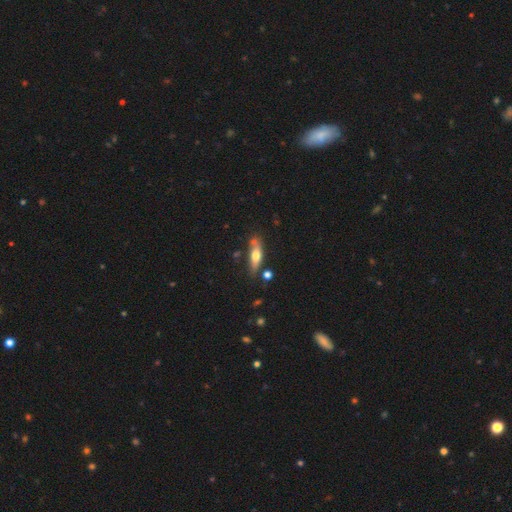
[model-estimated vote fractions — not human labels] Morphology: type=smooth (55%); roundness=cigar-shaped (52%); merging=none (65%).